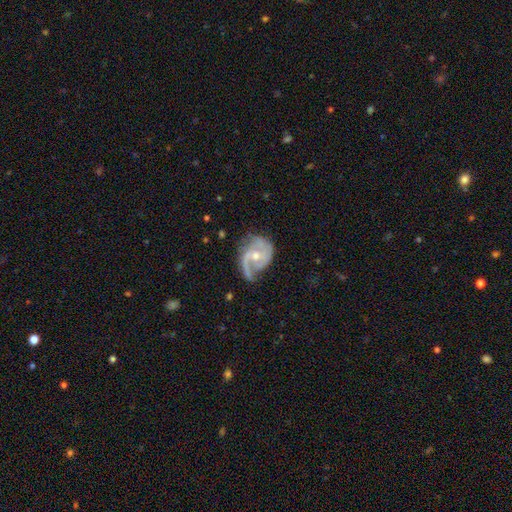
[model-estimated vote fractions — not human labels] Morphology: type=featured or disk (85%); edge-on=no (98%); bar=no (64%); spiral arms=yes (94%); winding=medium (46%); arm count=2 (61%); bulge=moderate (59%); merging=none (49%).